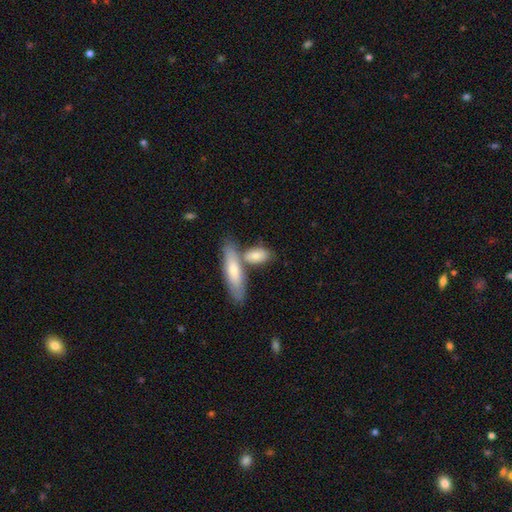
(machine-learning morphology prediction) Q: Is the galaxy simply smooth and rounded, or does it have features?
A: smooth — 75%.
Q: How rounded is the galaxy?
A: in between — 70%.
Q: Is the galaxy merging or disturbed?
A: none — 48%.